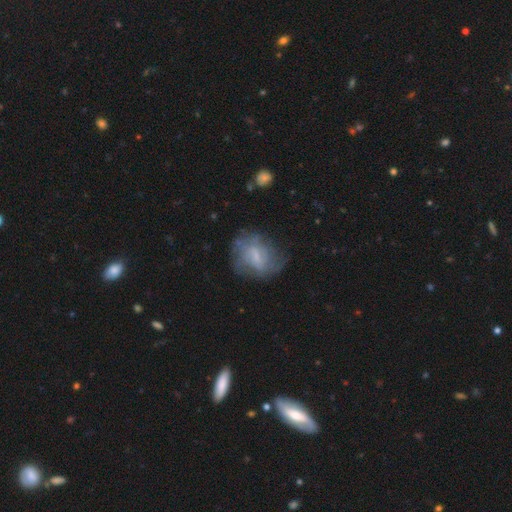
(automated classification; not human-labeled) This is possibly a featured or disk galaxy (52%). It is clearly not viewed edge-on (97%). Bar: possibly weak (52%). Spiral arm pattern: possibly yes (58%). Central bulge: marginally small (43%). Merging: possibly none (58%).